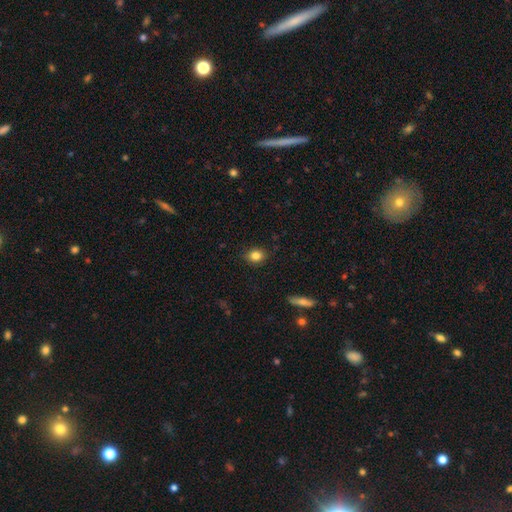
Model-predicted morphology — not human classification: type=smooth (84%); roundness=in between (50%); merging=none (85%).